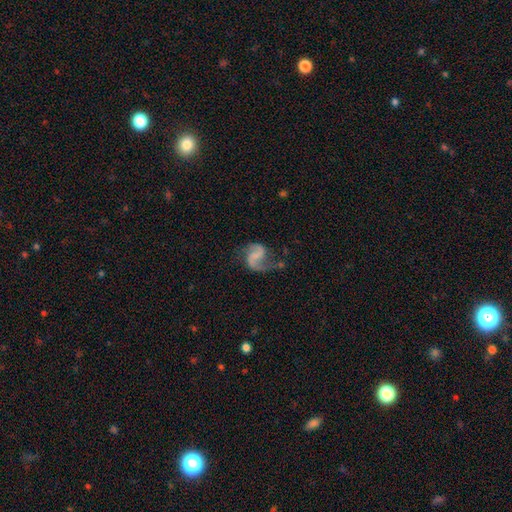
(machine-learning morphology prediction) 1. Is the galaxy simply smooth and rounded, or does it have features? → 84% featured or disk, 10% smooth, 6% star or artifact.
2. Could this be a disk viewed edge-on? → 98% no, 2% yes.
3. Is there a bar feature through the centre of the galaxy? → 42% weak, 39% no, 18% strong.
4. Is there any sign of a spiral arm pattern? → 96% yes, 4% no.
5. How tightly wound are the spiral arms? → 54% loose, 38% medium, 8% tight.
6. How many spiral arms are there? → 84% 2, 11% 1, 2% can't tell, 1% 3, 1% 4, 1% more than 4.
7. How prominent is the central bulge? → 61% none, 24% small, 11% moderate, 3% large, 1% dominant.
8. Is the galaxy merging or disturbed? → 60% none, 20% minor disturbance, 17% major disturbance, 4% merger.